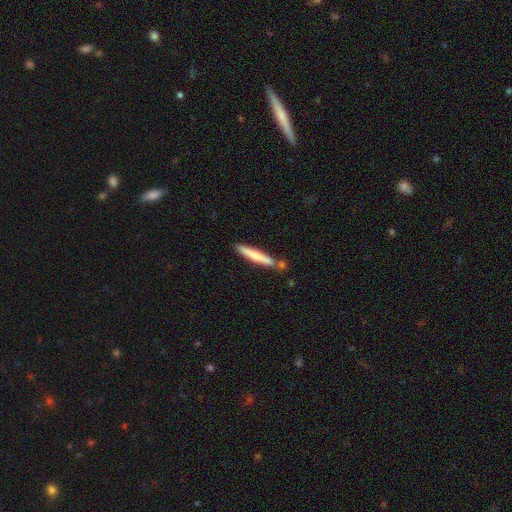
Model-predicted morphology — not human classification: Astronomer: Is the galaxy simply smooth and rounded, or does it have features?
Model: smooth — 66%.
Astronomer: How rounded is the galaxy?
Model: cigar-shaped — 95%.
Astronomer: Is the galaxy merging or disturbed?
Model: none — 73%.